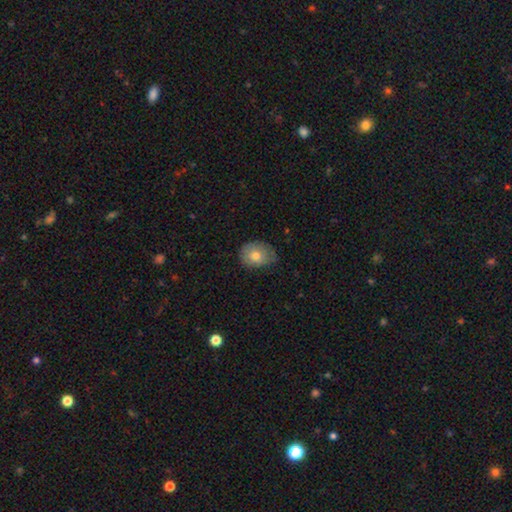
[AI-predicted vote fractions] Smooth or featured: smooth — 74% (featured or disk — 18%)
How rounded: in between — 56% (round — 43%)
Merging: none — 60% (minor disturbance — 33%)